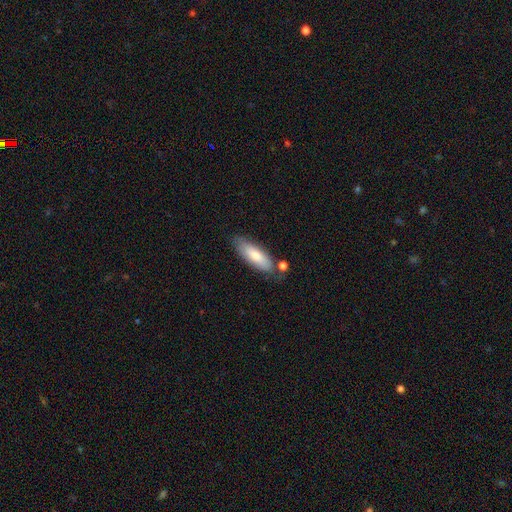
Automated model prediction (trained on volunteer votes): The model was most divided on "how rounded": in between: 58%, cigar-shaped: 40%, round: 2%. More confident: smooth or featured — smooth (76%); merging — none (70%).